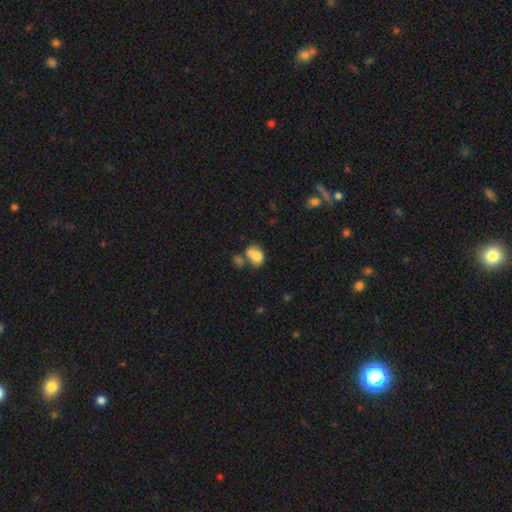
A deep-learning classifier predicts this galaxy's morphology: smooth-or-featured: smooth: 74% | featured or disk: 16% | star or artifact: 9%
  how-rounded: in between: 64% | round: 35% | cigar-shaped: 1%
  merging: merger: 54% | none: 26% | minor disturbance: 13% | major disturbance: 8%